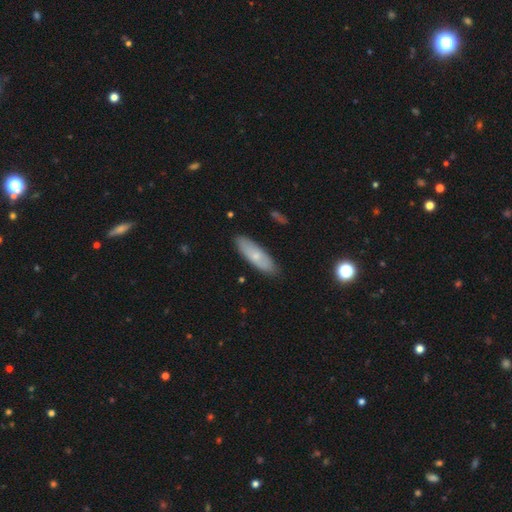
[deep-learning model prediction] smooth 68%, featured or disk 26%, star or artifact 7%. Down the decision tree: how rounded — in between (50%); merging — none (85%).